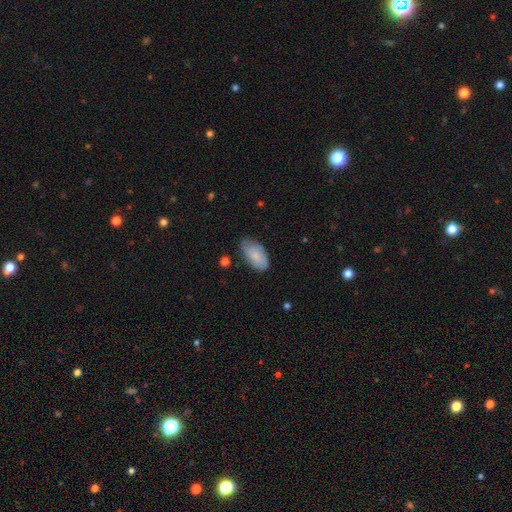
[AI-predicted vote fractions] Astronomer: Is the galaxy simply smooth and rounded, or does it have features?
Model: smooth — 80%.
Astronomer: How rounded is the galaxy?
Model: in between — 95%.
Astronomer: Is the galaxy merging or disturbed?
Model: none — 68%.